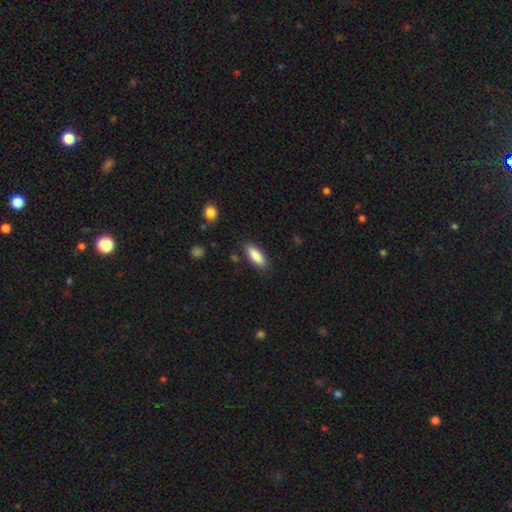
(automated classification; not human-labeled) A smooth galaxy with no disk features (88%) that is in between round and cigar-shaped (71%). Merging: none (85%).